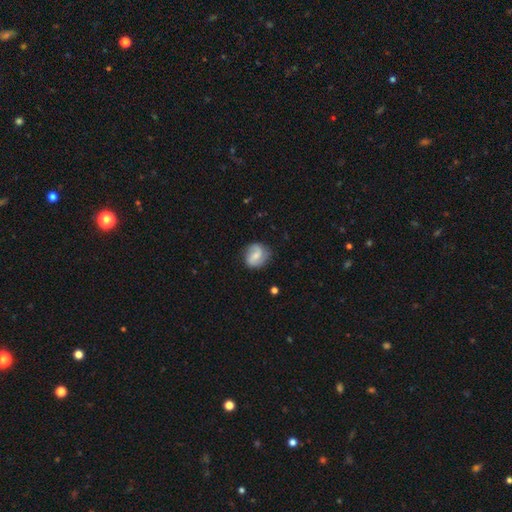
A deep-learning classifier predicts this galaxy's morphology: Q: Smooth or featured?
A: featured or disk (58%); runner-up: smooth (35%)
Q: Edge-on disk?
A: no (97%); runner-up: yes (3%)
Q: Bar?
A: weak (48%); runner-up: no (35%)
Q: Spiral arms?
A: yes (89%); runner-up: no (11%)
Q: Bulge size?
A: small (50%); runner-up: moderate (38%)
Q: Merging?
A: none (77%); runner-up: minor disturbance (17%)